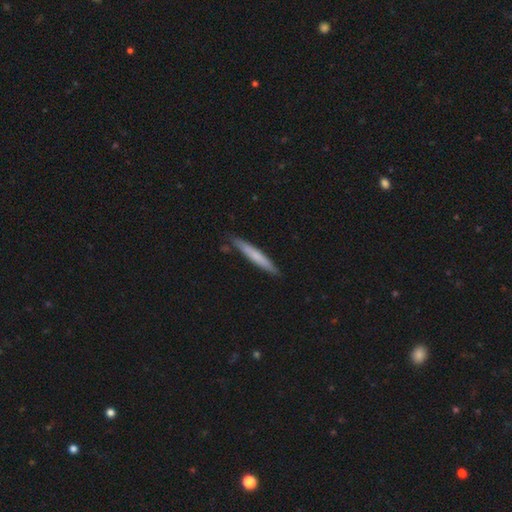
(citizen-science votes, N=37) A smooth galaxy with no disk features (76%) that is cigar-shaped (93%). Merging: none (92%).